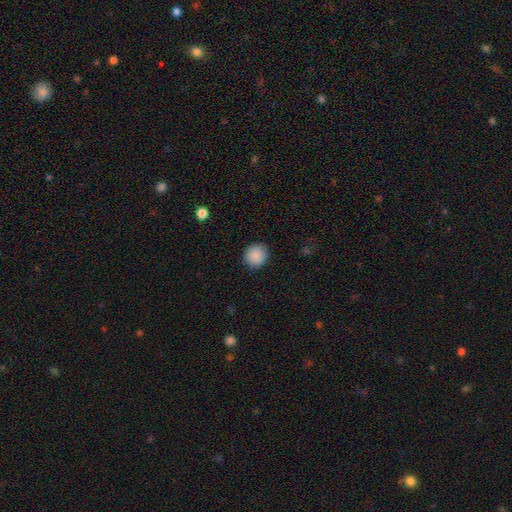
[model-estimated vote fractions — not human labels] Smooth or featured? smooth (89%)
How rounded? round (92%)
Merging? none (90%)